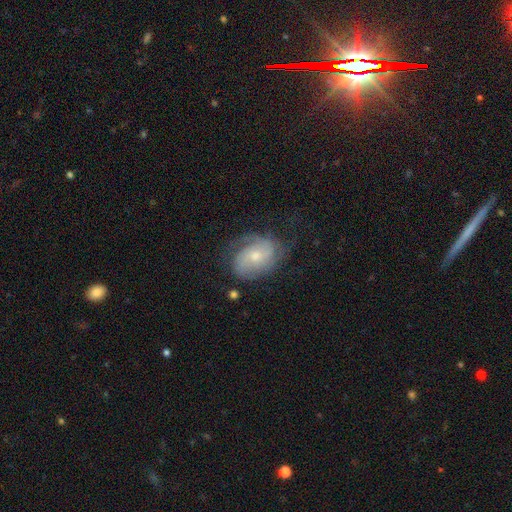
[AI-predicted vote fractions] Q: Smooth or featured?
A: featured or disk (71%); runner-up: smooth (22%)
Q: Edge-on disk?
A: no (97%); runner-up: yes (3%)
Q: Bar?
A: no (67%); runner-up: weak (29%)
Q: Spiral arms?
A: yes (91%); runner-up: no (9%)
Q: Spiral winding?
A: tight (45%); runner-up: medium (39%)
Q: Spiral arm count?
A: 2 (43%); runner-up: can't tell (29%)
Q: Bulge size?
A: small (48%); runner-up: moderate (45%)
Q: Merging?
A: none (61%); runner-up: minor disturbance (23%)